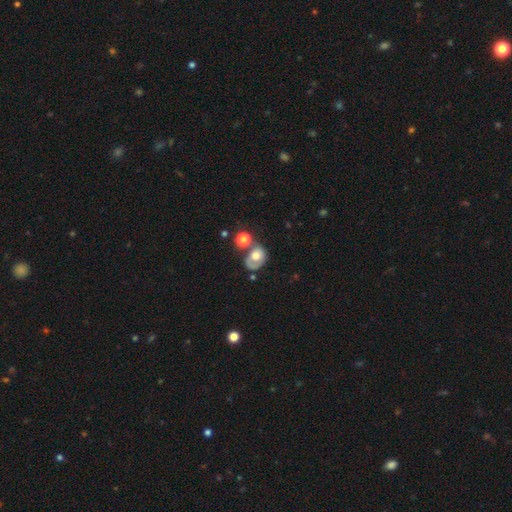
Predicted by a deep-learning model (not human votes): Smooth or featured: smooth — 55% (featured or disk — 36%)
How rounded: round — 53% (in between — 46%)
Merging: none — 35% (merger — 30%)